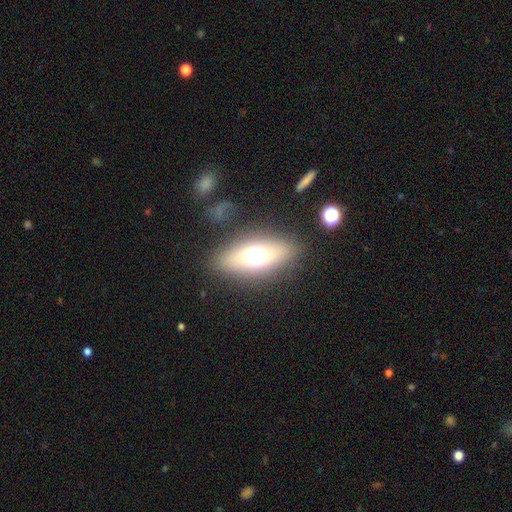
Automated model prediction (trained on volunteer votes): smooth-or-featured: smooth: 55% | featured or disk: 32% | star or artifact: 13%
  how-rounded: in between: 73% | cigar-shaped: 15% | round: 11%
  merging: none: 82% | minor disturbance: 10% | major disturbance: 5% | merger: 3%